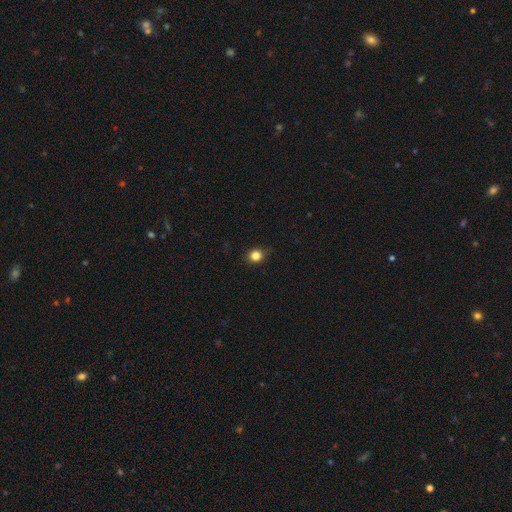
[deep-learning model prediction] This appears to be a smooth galaxy with no disk features (84%) that is round (83%). Merging: none (88%).